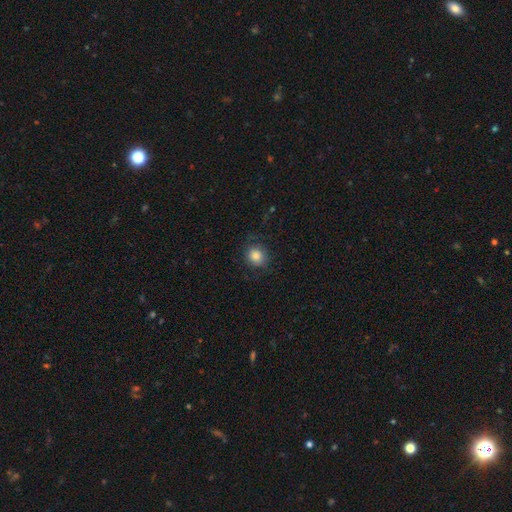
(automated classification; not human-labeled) Smooth or featured? smooth (83%)
How rounded? round (82%)
Merging? none (78%)